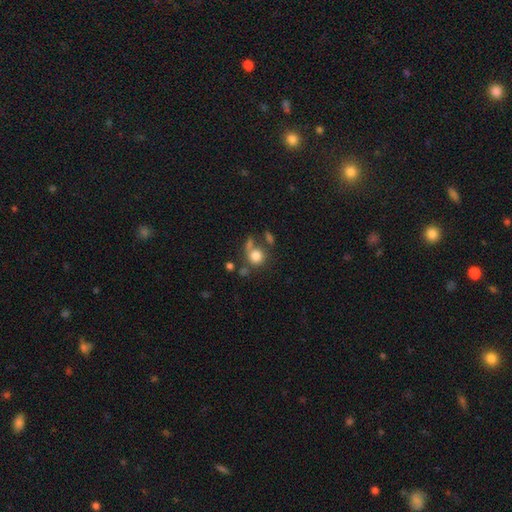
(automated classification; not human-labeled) Q: Smooth or featured?
A: smooth (79%); runner-up: featured or disk (11%)
Q: How rounded?
A: round (84%); runner-up: in between (15%)
Q: Merging?
A: none (49%); runner-up: merger (22%)